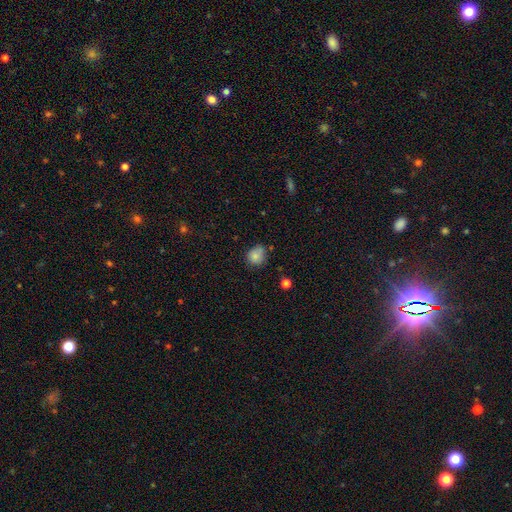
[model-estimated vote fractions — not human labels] Overall: smooth (81%). How rounded: round (75%). Merging: none (64%; minor disturbance 28%).